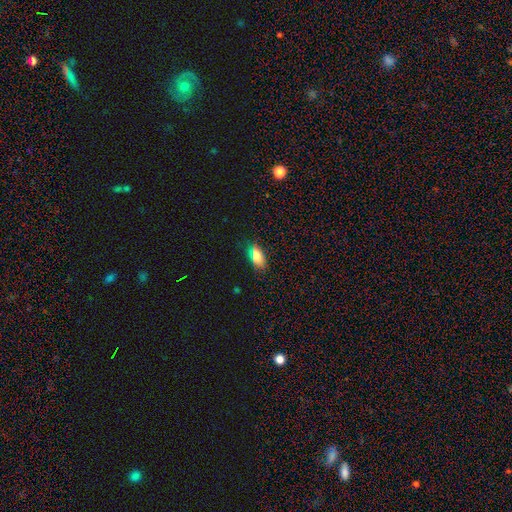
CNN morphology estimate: smooth 74%, star or artifact 16%, featured or disk 10%. Down the decision tree: how rounded — in between (84%); merging — none (81%).